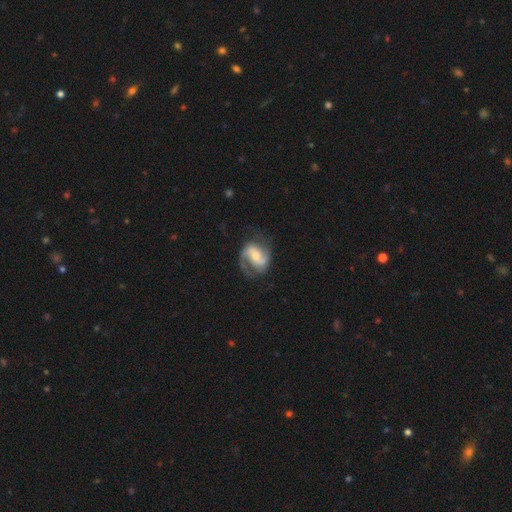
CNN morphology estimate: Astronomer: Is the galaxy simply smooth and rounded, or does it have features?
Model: featured or disk — 85%.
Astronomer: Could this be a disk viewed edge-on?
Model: no — 98%.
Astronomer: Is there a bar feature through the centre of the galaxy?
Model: weak — 40% (runner-up: no, 38%).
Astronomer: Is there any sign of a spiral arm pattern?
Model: yes — 96%.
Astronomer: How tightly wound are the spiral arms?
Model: medium — 51% (runner-up: loose, 30%).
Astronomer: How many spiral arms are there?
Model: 2 — 86%.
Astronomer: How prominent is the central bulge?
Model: moderate — 52% (runner-up: small, 41%).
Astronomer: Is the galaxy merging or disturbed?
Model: none — 68%.